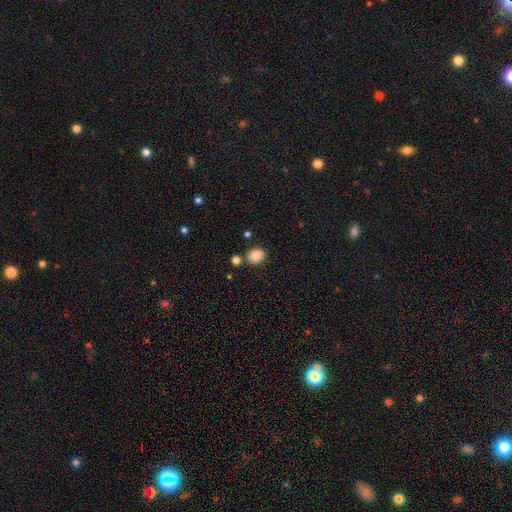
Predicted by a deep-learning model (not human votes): Smooth or featured? smooth (87%)
How rounded? round (62%)
Merging? none (78%)